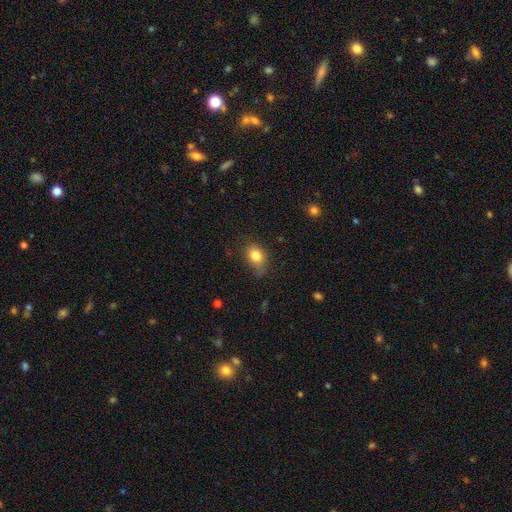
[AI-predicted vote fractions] Smooth or featured: smooth — 81% (star or artifact — 10%)
How rounded: in between — 64% (round — 35%)
Merging: none — 65% (minor disturbance — 26%)